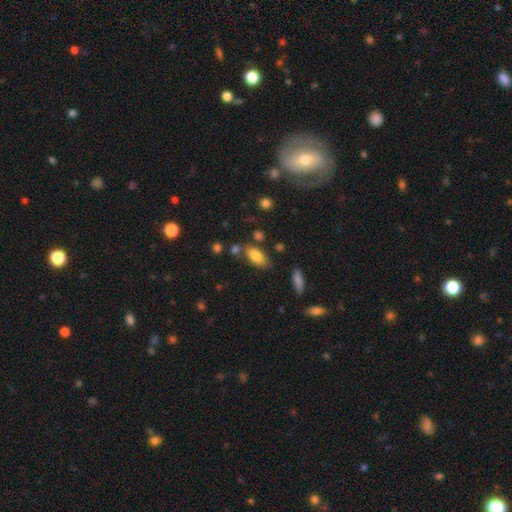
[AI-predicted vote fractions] This is likely a smooth galaxy (79%). How rounded: clearly in between (88%). Merging: likely none (71%).